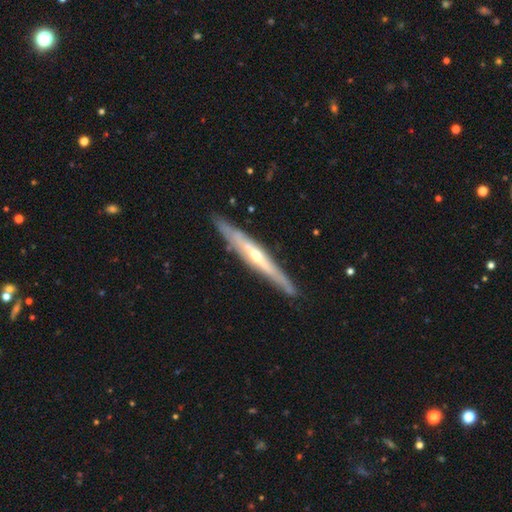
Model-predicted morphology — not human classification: Q: Smooth or featured?
A: featured or disk (76%); runner-up: smooth (19%)
Q: Edge-on disk?
A: yes (91%); runner-up: no (9%)
Q: Edge-on bulge?
A: rounded (70%); runner-up: none (25%)
Q: Merging?
A: none (87%); runner-up: minor disturbance (10%)